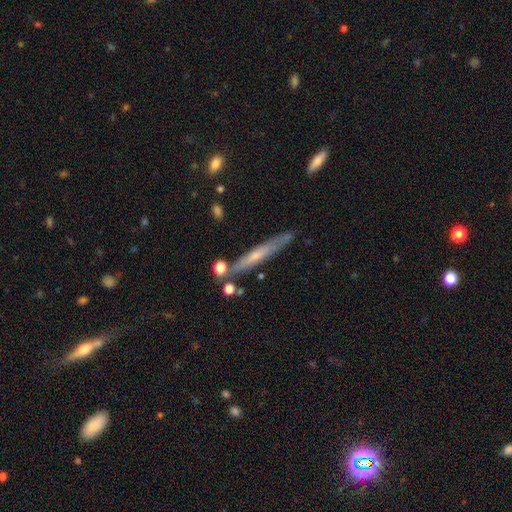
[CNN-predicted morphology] The model was most divided on "smooth or featured": featured or disk: 54%, smooth: 38%, star or artifact: 8%. More confident: edge-on disk — yes (92%); merging — none (80%).